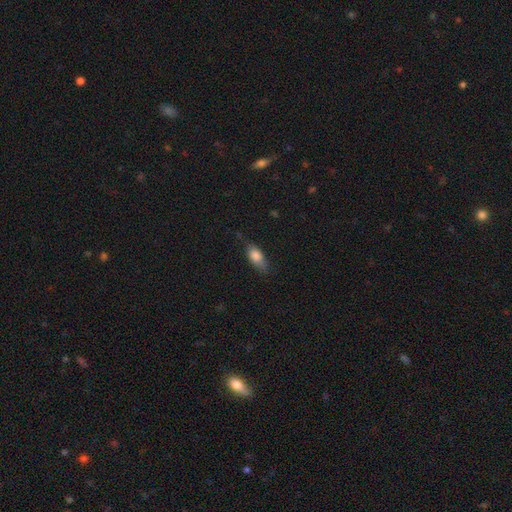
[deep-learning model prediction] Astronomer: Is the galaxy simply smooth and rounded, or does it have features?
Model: smooth — 80%.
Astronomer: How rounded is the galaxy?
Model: in between — 83%.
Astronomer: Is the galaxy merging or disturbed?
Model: none — 66%.